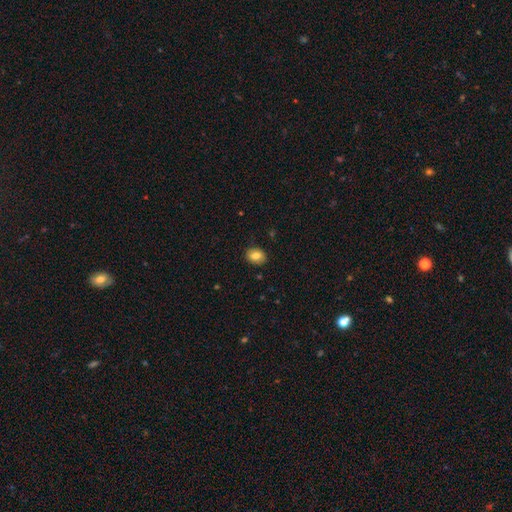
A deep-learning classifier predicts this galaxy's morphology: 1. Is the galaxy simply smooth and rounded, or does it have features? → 79% smooth, 12% featured or disk, 9% star or artifact.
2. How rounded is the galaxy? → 58% in between, 41% round, 1% cigar-shaped.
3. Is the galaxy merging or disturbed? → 86% none, 10% minor disturbance, 2% major disturbance, 1% merger.